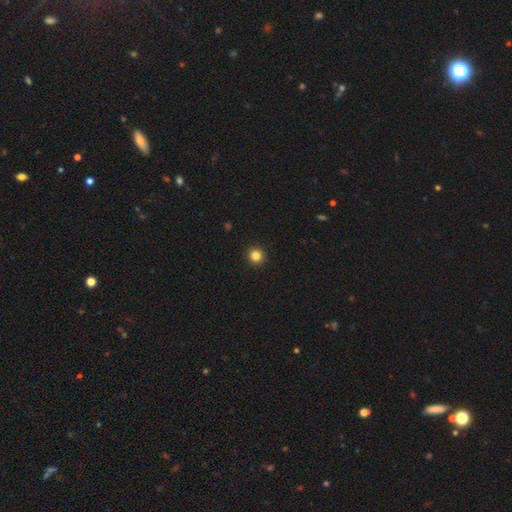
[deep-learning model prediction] Q: Smooth or featured?
A: smooth (83%); runner-up: star or artifact (12%)
Q: How rounded?
A: round (95%); runner-up: in between (4%)
Q: Merging?
A: none (93%); runner-up: minor disturbance (4%)